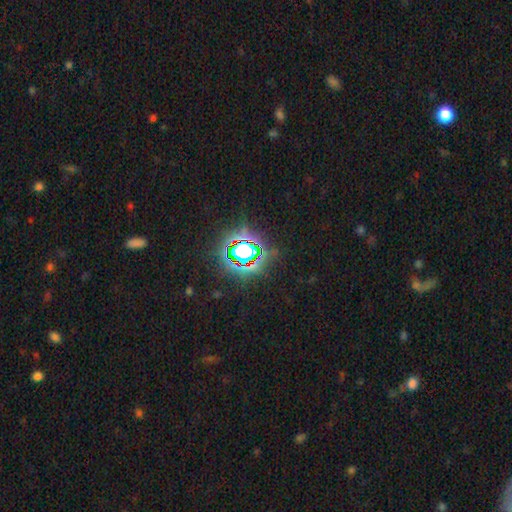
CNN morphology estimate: Smooth or featured? Predicted: star or artifact (p=0.80).